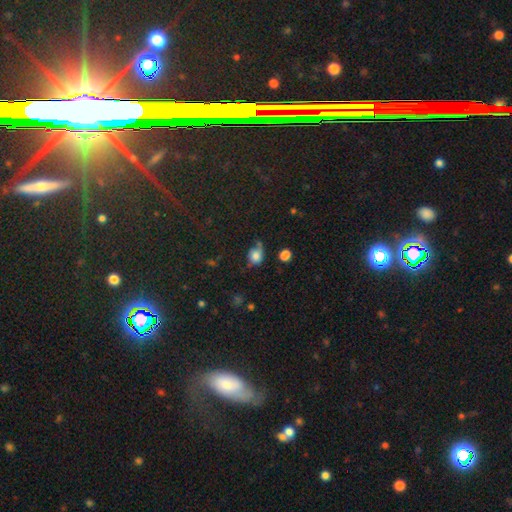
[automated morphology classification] This appears to be a smooth galaxy with no disk features (72%) that is round (62%). Merging: none (44%).